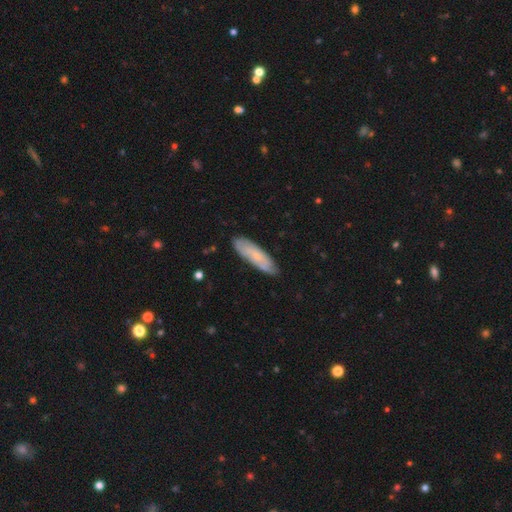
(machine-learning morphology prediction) Smooth or featured? Predicted: smooth (p=0.52). How rounded? Predicted: cigar-shaped (p=0.53). Merging? Predicted: none (p=0.79).